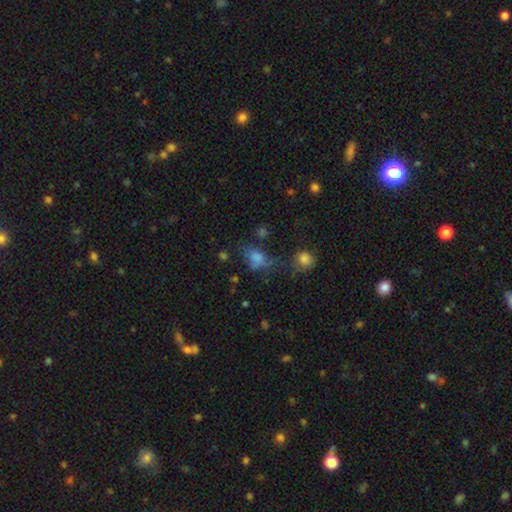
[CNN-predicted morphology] This is likely a smooth galaxy (61%). How rounded: likely in between (67%). Merging: possibly none (47%).